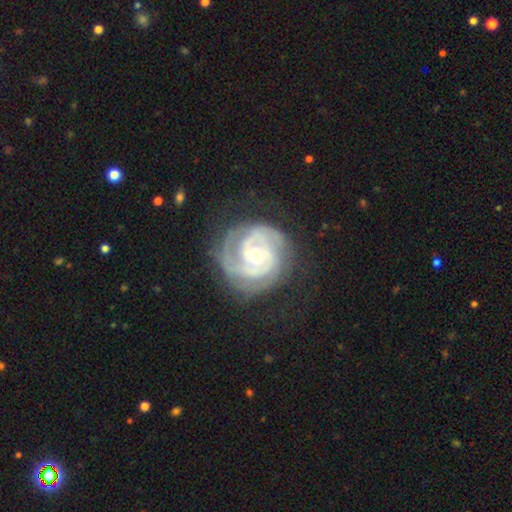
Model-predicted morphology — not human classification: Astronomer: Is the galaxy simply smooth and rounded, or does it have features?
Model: featured or disk — 89%.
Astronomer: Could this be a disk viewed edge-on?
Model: no — 98%.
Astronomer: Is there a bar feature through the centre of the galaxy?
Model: no — 66%.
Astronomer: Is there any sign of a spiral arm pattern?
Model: yes — 97%.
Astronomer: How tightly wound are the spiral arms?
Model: tight — 71%.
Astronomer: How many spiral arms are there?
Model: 2 — 48%.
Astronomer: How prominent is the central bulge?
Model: moderate — 54% (runner-up: small, 41%).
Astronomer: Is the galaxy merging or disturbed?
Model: none — 72%.